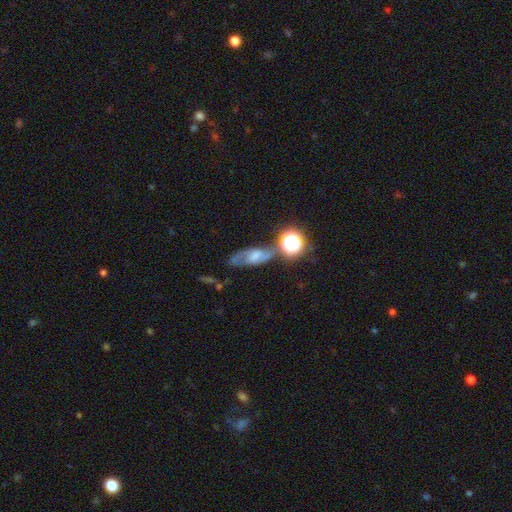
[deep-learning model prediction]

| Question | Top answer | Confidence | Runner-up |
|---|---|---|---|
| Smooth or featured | featured or disk | 50% | star or artifact (26%) |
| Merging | none | 57% | minor disturbance (19%) |